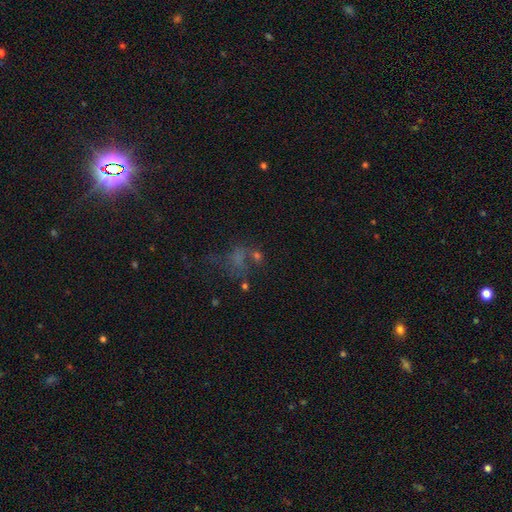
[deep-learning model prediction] Q: Smooth or featured?
A: smooth (40%); runner-up: star or artifact (34%)
Q: Merging?
A: none (40%); runner-up: major disturbance (26%)